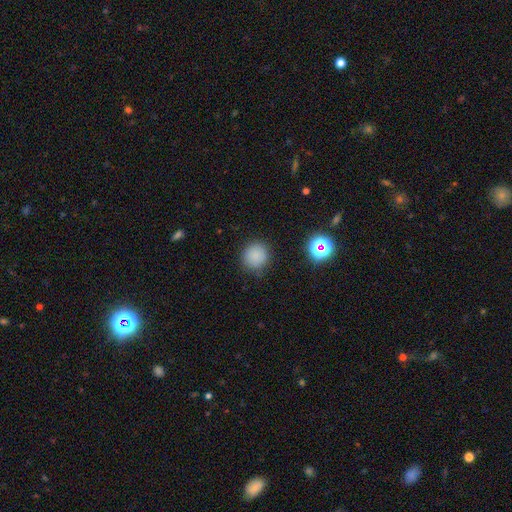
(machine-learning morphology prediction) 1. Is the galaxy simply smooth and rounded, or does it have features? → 83% smooth, 13% star or artifact, 4% featured or disk.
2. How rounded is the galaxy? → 91% round, 8% in between, 1% cigar-shaped.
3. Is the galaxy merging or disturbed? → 87% none, 9% minor disturbance, 3% major disturbance, 1% merger.